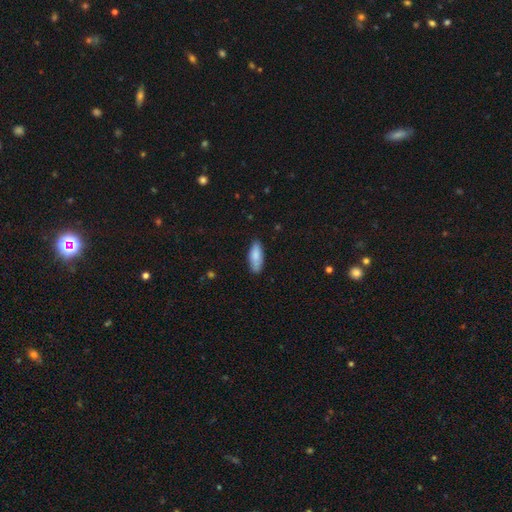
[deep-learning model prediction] smooth 85%, featured or disk 9%, star or artifact 6%. Down the decision tree: how rounded — in between (73%); merging — none (82%).